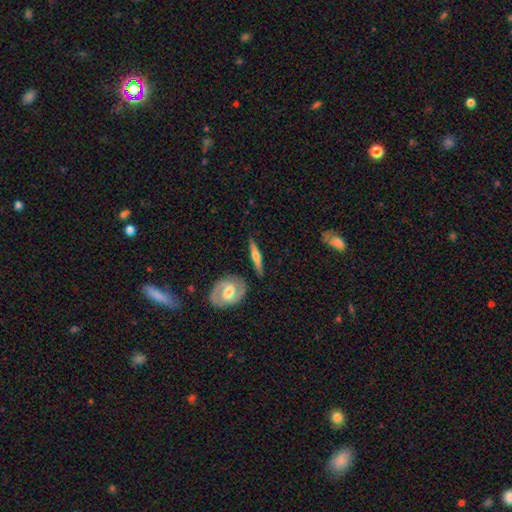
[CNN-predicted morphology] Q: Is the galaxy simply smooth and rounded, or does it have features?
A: featured or disk — 67%.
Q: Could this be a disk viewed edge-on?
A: yes — 85%.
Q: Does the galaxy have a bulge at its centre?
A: rounded — 86%.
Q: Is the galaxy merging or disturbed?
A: none — 82%.